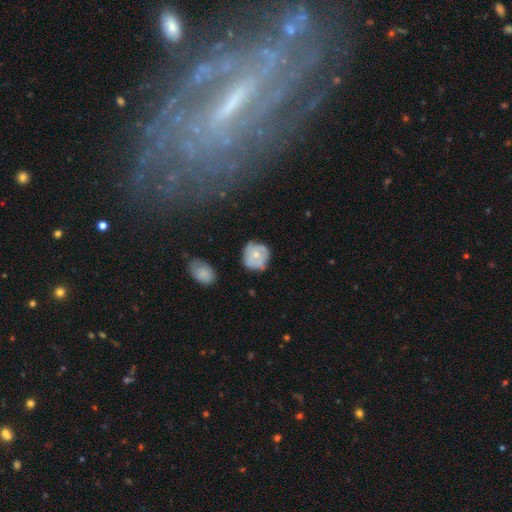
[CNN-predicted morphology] A featured or disk galaxy (48%). Merging: none (66%).